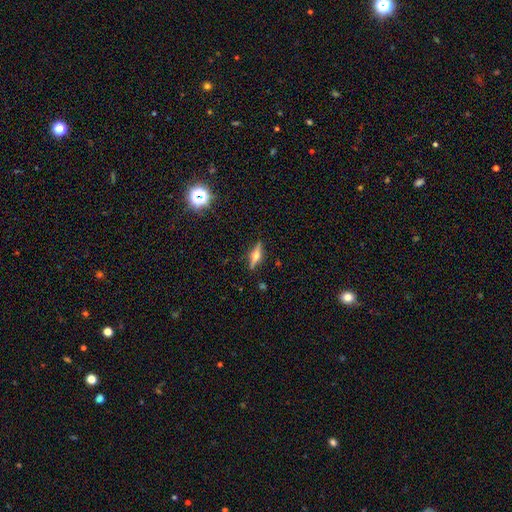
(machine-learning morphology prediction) Q: Smooth or featured?
A: featured or disk (67%); runner-up: smooth (25%)
Q: Edge-on disk?
A: yes (96%); runner-up: no (4%)
Q: Edge-on bulge?
A: rounded (93%); runner-up: boxy (6%)
Q: Merging?
A: none (87%); runner-up: minor disturbance (9%)